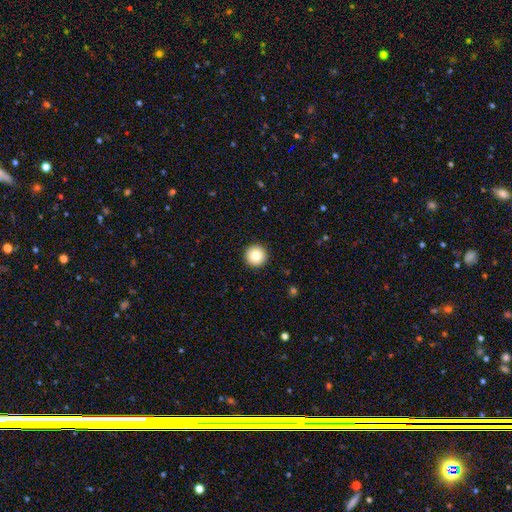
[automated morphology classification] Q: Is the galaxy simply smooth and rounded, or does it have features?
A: smooth — 84%.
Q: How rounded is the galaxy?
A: round — 97%.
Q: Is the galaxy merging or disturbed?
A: none — 93%.